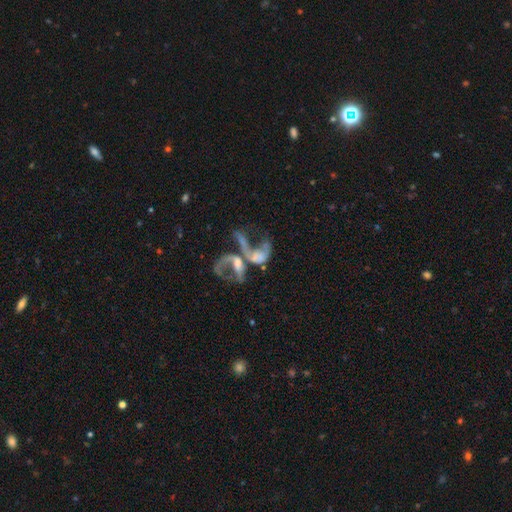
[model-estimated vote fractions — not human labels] A featured or disk galaxy (65%) with no bar (74%), no spiral arms (52%) and no central bulge (35%).

Vote fractions:
- Smooth or featured? featured or disk: 65% / smooth: 22% / star or artifact: 12%
- Edge-on disk? no: 96% / yes: 4%
- Bar? no: 74% / weak: 19% / strong: 7%
- Spiral arms? no: 52% / yes: 48%
- Bulge size? none: 35% / small: 29% / moderate: 27% / large: 6% / dominant: 2%
- Merging? merger: 59% / major disturbance: 28% / none: 9% / minor disturbance: 5%